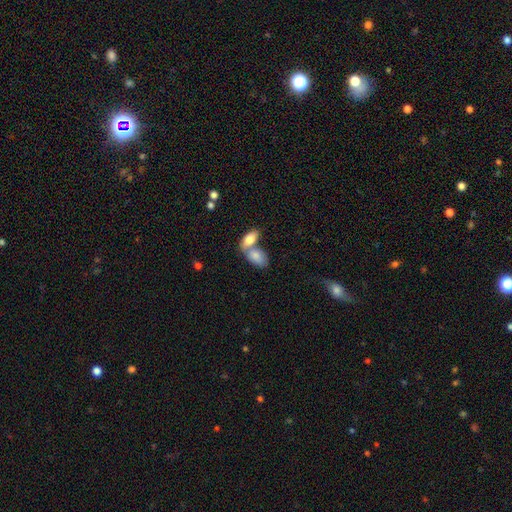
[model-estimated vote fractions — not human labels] Smooth or featured?
  - smooth: 81% *
  - featured or disk: 13%
  - star or artifact: 6%
How rounded?
  - in between: 92% *
  - round: 5%
  - cigar-shaped: 3%
Merging?
  - merger: 59% *
  - none: 29%
  - minor disturbance: 8%
  - major disturbance: 4%